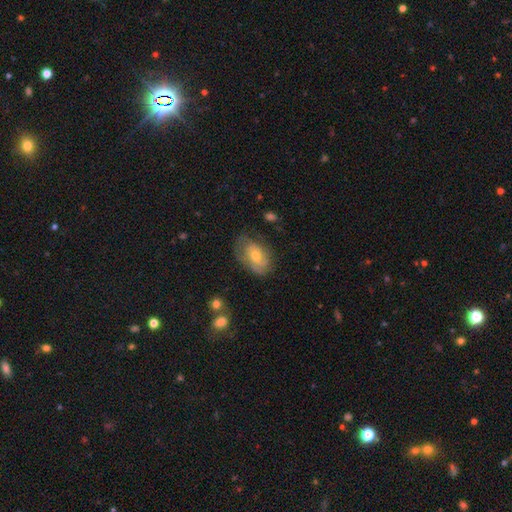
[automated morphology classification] This appears to be a featured or disk galaxy (56%) with no bar (71%), spiral arms (72%) and a moderate central bulge (58%). Merging: none (63%).